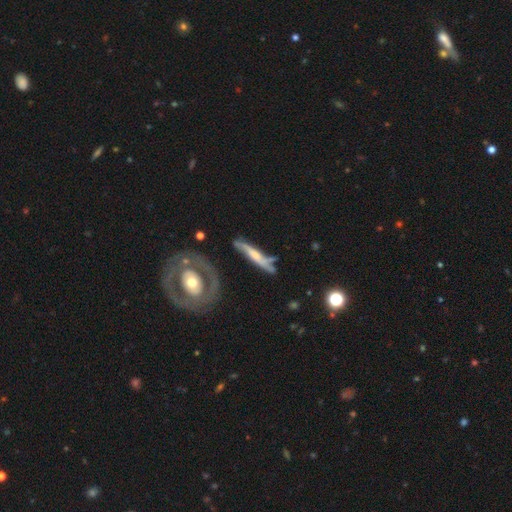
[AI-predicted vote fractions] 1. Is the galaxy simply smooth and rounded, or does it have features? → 67% featured or disk, 27% smooth, 5% star or artifact.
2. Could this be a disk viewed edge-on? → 58% yes, 42% no.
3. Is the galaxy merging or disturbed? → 57% none, 23% minor disturbance, 12% major disturbance, 8% merger.